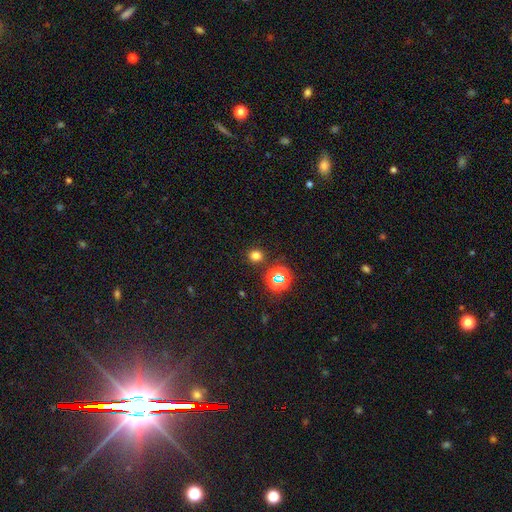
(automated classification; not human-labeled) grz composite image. It shows a smooth galaxy with no disk features (72%) that is round (87%). Merging: none (87%).